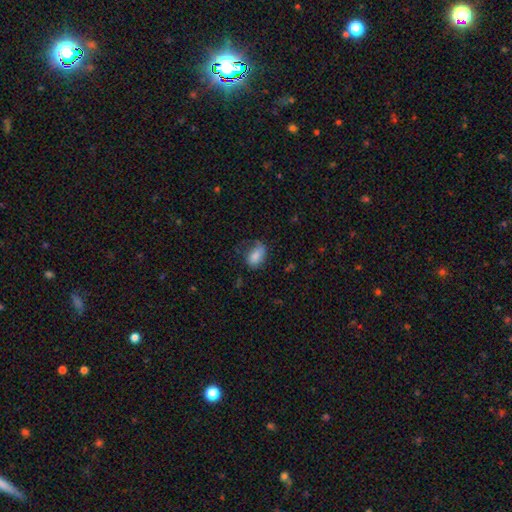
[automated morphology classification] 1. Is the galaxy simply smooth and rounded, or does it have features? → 79% smooth, 12% featured or disk, 9% star or artifact.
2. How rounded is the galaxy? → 87% in between, 9% round, 3% cigar-shaped.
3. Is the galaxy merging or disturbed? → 46% none, 32% minor disturbance, 20% major disturbance, 2% merger.